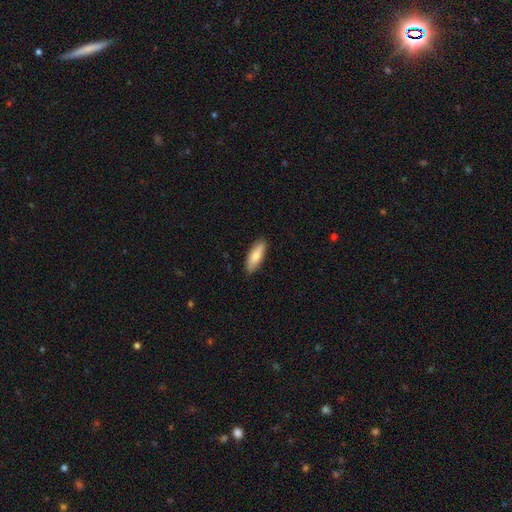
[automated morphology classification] A smooth galaxy with no disk features (79%) that is in between round and cigar-shaped (64%). Merging: none (87%).